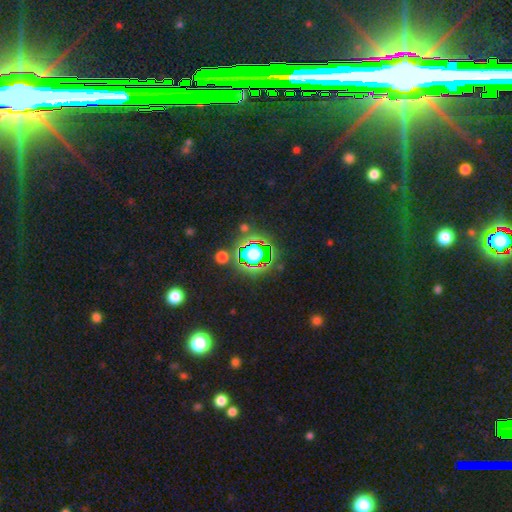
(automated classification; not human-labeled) The model was most divided on "smooth or featured": star or artifact: 67%, smooth: 21%, featured or disk: 12%.